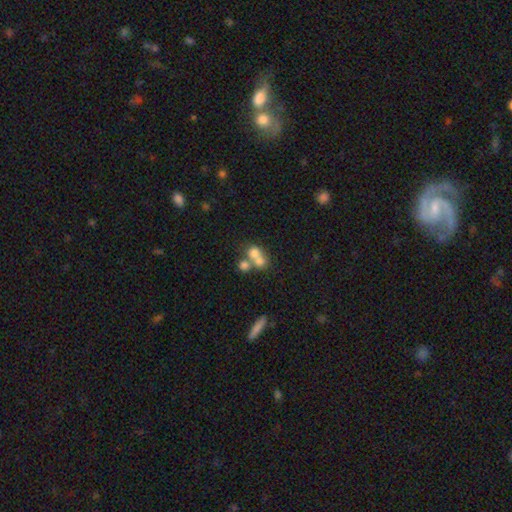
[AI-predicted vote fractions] Morphology: type=smooth (67%); roundness=round (75%); merging=merger (61%).